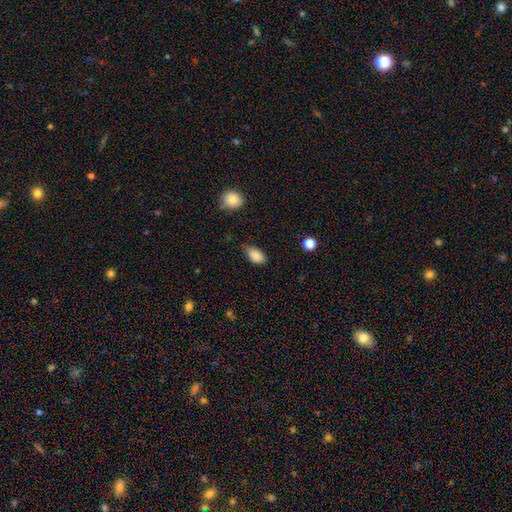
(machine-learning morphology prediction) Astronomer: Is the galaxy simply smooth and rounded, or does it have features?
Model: smooth — 86%.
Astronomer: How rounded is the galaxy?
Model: in between — 91%.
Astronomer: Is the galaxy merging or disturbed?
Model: none — 64%.